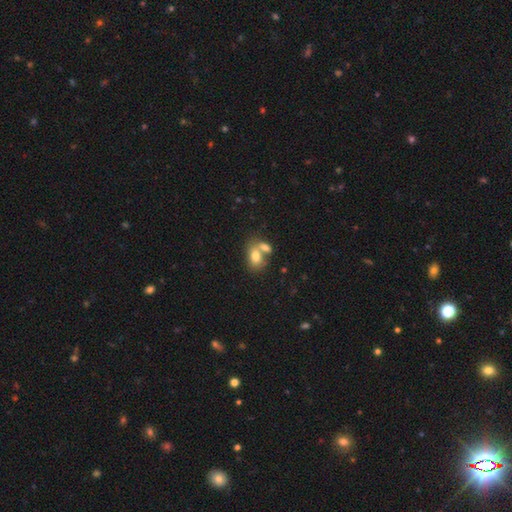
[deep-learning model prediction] Smooth or featured? Predicted: smooth (p=0.75). How rounded? Predicted: in between (p=0.83). Merging? Predicted: merger (p=0.55).